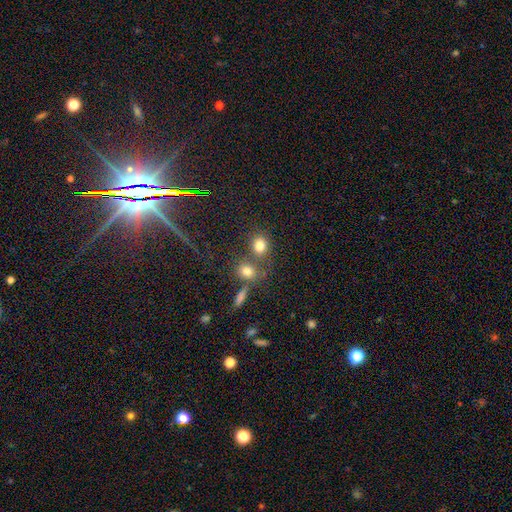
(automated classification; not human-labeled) A star or artifact, not a galaxy (71%).